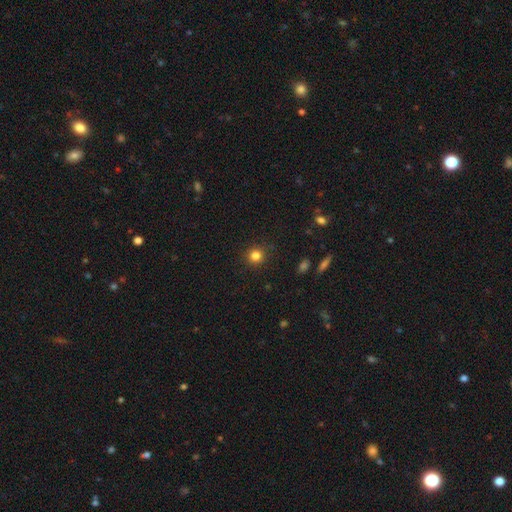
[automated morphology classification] Smooth or featured? Predicted: smooth (p=0.82). How rounded? Predicted: round (p=0.92). Merging? Predicted: none (p=0.90).